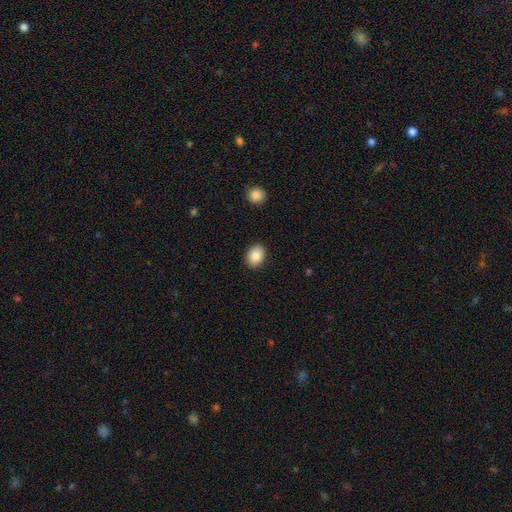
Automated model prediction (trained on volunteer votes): Morphology: type=smooth (88%); roundness=in between (64%); merging=none (89%).